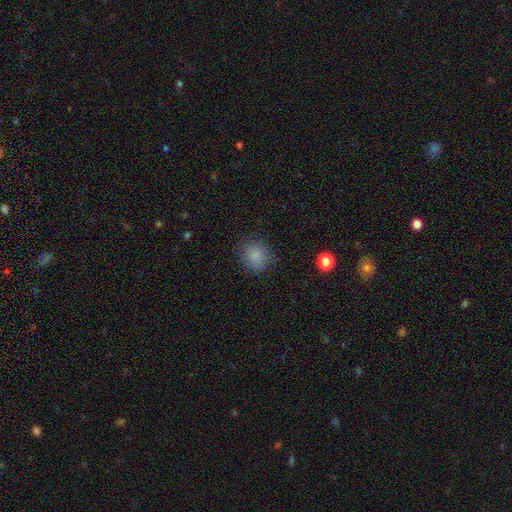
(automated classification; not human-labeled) A smooth galaxy with no disk features (84%) that is round (73%).

Vote fractions:
- Smooth or featured? smooth: 84% / star or artifact: 10% / featured or disk: 5%
- How rounded? round: 73% / in between: 26% / cigar-shaped: 1%
- Merging? none: 82% / minor disturbance: 13% / major disturbance: 4% / merger: 1%